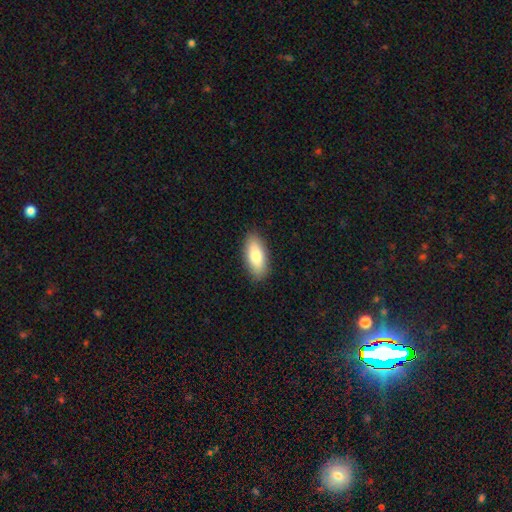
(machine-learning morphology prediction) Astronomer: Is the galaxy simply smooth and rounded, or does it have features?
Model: smooth — 80%.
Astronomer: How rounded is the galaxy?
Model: in between — 85%.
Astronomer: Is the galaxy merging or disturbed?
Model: none — 89%.